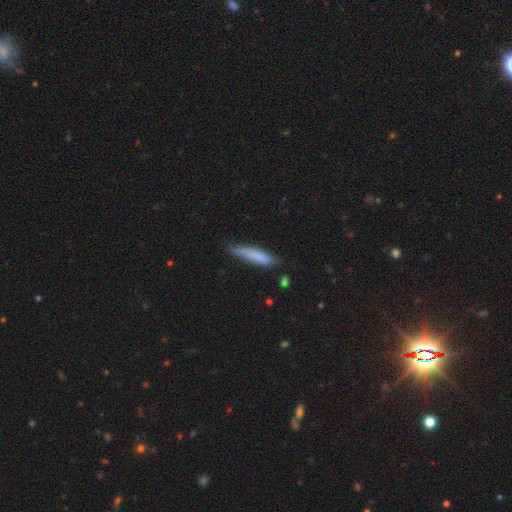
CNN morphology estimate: Q: Smooth or featured?
A: smooth (77%); runner-up: featured or disk (17%)
Q: How rounded?
A: cigar-shaped (89%); runner-up: in between (10%)
Q: Merging?
A: none (70%); runner-up: minor disturbance (23%)